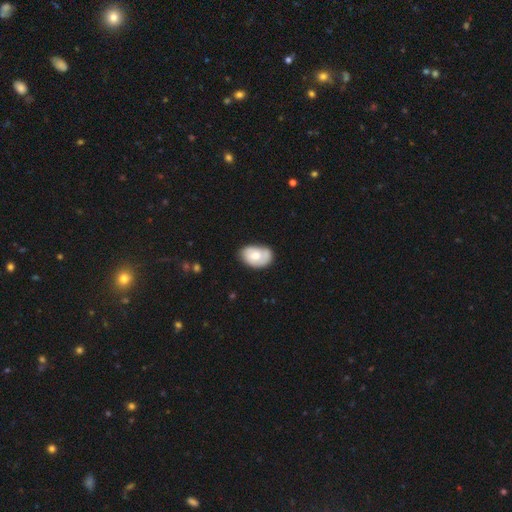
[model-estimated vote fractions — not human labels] Overall: smooth (59%; featured or disk 34%). How rounded: in between (85%). Merging: none (63%; minor disturbance 28%).